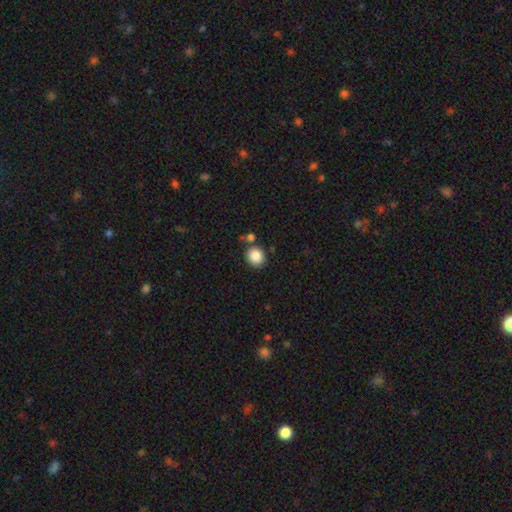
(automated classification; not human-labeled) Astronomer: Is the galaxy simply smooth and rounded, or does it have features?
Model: smooth — 87%.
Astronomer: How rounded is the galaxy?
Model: round — 79%.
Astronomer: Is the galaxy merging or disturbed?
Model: none — 77%.